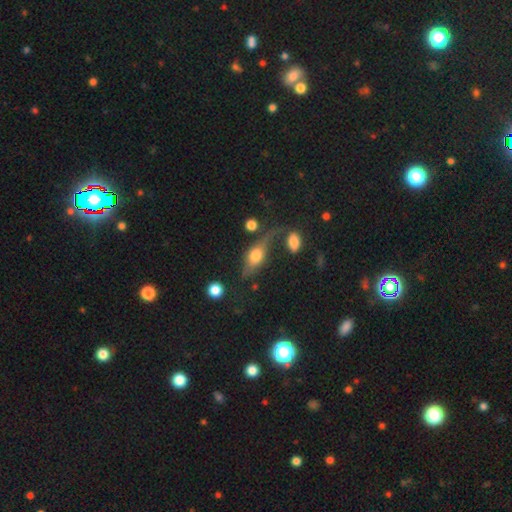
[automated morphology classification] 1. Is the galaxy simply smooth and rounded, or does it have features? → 51% featured or disk, 39% smooth, 9% star or artifact.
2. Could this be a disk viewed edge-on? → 75% yes, 25% no.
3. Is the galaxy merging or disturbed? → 54% none, 21% minor disturbance, 14% major disturbance, 11% merger.